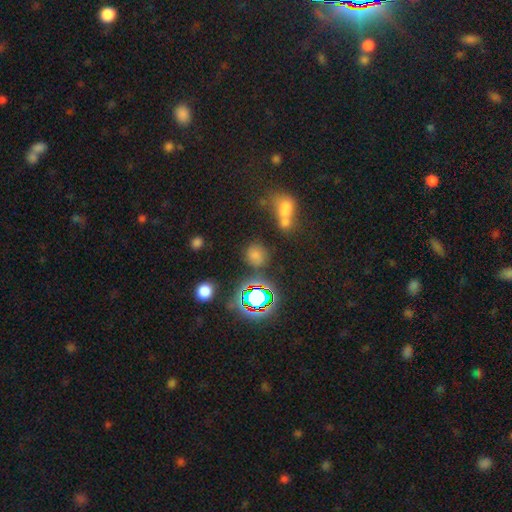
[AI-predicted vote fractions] Q: Smooth or featured?
A: smooth (62%); runner-up: star or artifact (30%)
Q: How rounded?
A: round (76%); runner-up: in between (22%)
Q: Merging?
A: none (70%); runner-up: merger (12%)